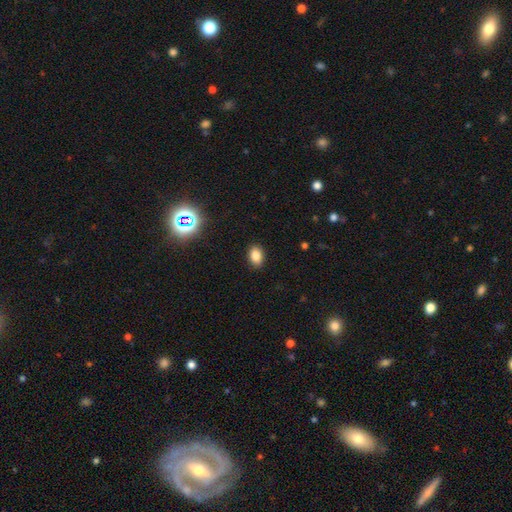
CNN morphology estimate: The model was most divided on "how rounded": in between: 80%, round: 19%, cigar-shaped: 1%. More confident: merging — none (89%); smooth or featured — smooth (83%).